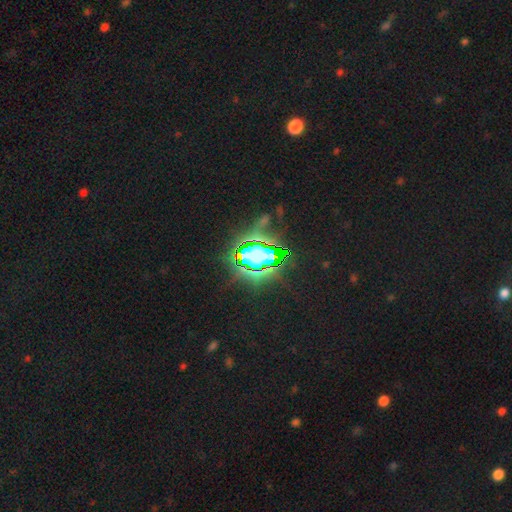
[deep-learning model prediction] Q: Smooth or featured?
A: star or artifact (66%); runner-up: smooth (18%)